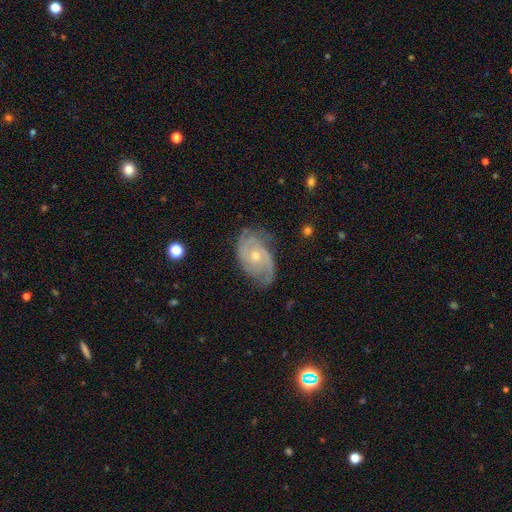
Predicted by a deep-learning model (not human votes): Smooth or featured?
  - featured or disk: 86% *
  - smooth: 9%
  - star or artifact: 5%
Edge-on disk?
  - no: 97% *
  - yes: 3%
Bar?
  - no: 72% *
  - weak: 24%
  - strong: 4%
Spiral arms?
  - yes: 96% *
  - no: 4%
Spiral winding?
  - tight: 50% *
  - medium: 39%
  - loose: 11%
Spiral arm count?
  - 2: 52% *
  - 3: 19%
  - can't tell: 16%
  - 4: 4%
  - 1: 4%
  - more than 4: 4%
Bulge size?
  - small: 52% *
  - moderate: 45%
  - large: 1%
  - none: 1%
  - dominant: 1%
Merging?
  - none: 70% *
  - minor disturbance: 22%
  - major disturbance: 7%
  - merger: 1%